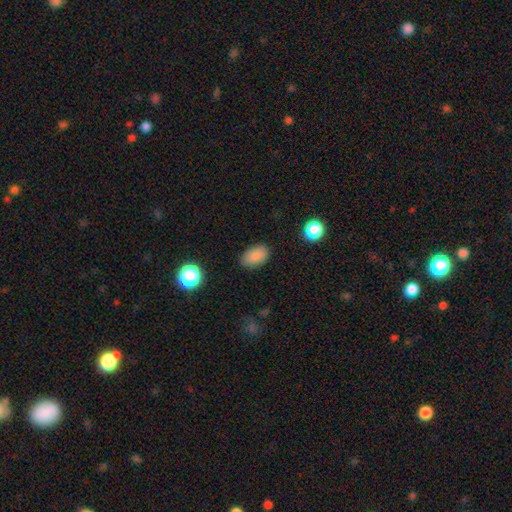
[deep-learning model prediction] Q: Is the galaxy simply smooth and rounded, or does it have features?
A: smooth — 86%.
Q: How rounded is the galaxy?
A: in between — 90%.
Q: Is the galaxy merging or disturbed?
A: none — 84%.